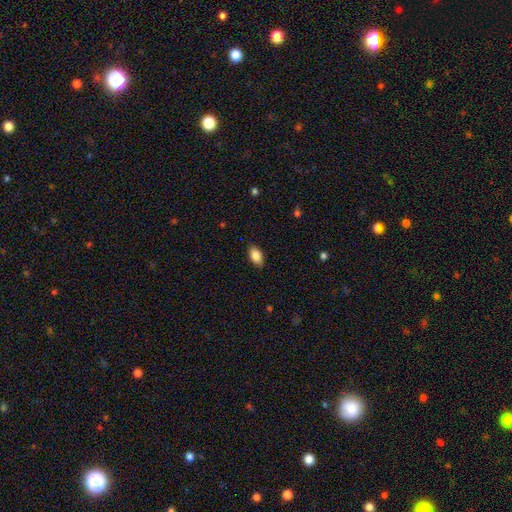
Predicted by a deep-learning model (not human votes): Smooth or featured? Predicted: smooth (p=0.85). How rounded? Predicted: in between (p=0.91). Merging? Predicted: none (p=0.86).